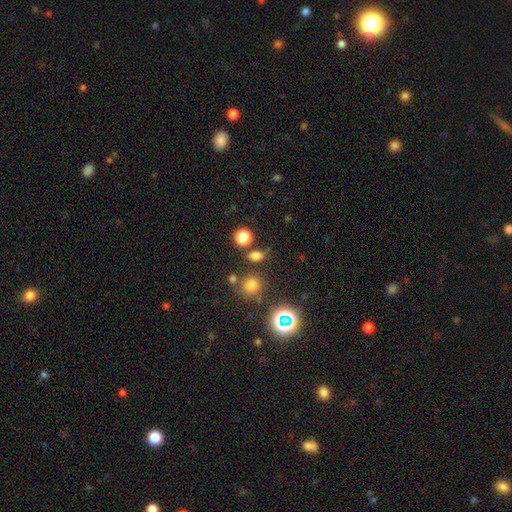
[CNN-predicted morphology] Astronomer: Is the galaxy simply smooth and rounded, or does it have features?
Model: smooth — 71%.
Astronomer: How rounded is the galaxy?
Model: round — 51% (runner-up: in between, 46%).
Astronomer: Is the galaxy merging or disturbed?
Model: none — 71%.